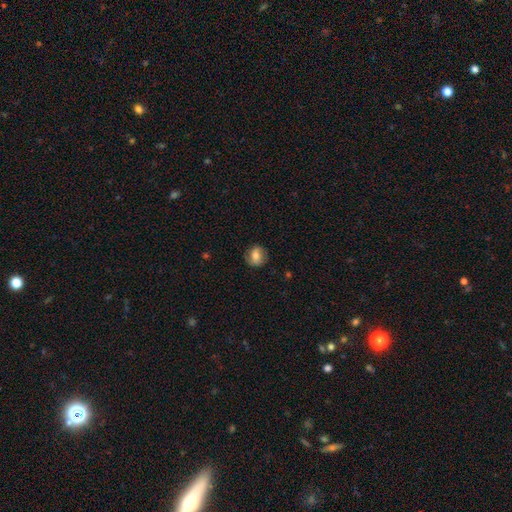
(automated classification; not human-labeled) Morphology: type=smooth (63%); roundness=round (72%); merging=none (79%).